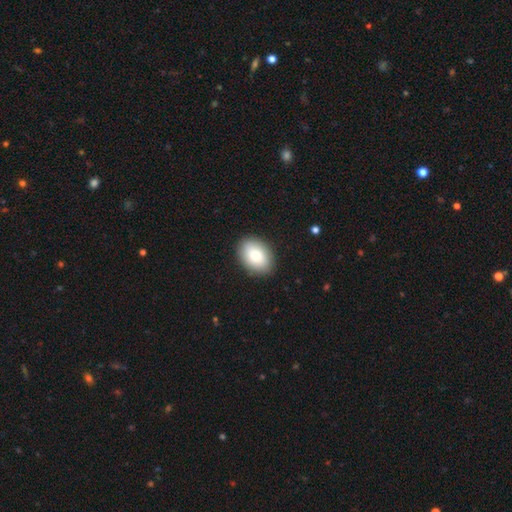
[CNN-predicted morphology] A smooth galaxy with no disk features (82%) that is in between round and cigar-shaped (80%).

Vote fractions:
- Smooth or featured? smooth: 82% / featured or disk: 11% / star or artifact: 7%
- How rounded? in between: 80% / round: 19% / cigar-shaped: 1%
- Merging? none: 89% / minor disturbance: 8% / major disturbance: 2% / merger: 1%